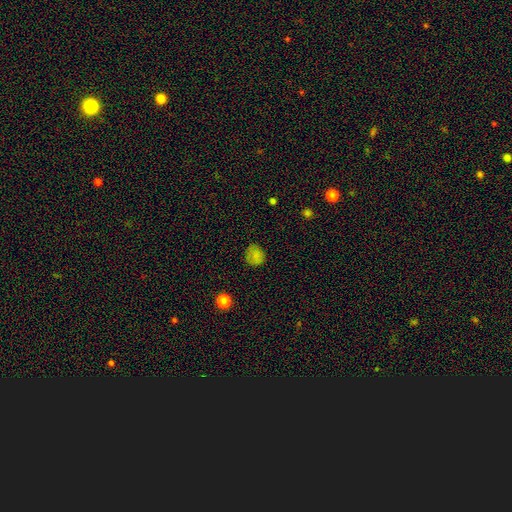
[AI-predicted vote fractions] Smooth or featured?
  - smooth: 78% *
  - star or artifact: 14%
  - featured or disk: 8%
How rounded?
  - round: 80% *
  - in between: 19%
  - cigar-shaped: 1%
Merging?
  - none: 78% *
  - minor disturbance: 16%
  - major disturbance: 4%
  - merger: 1%